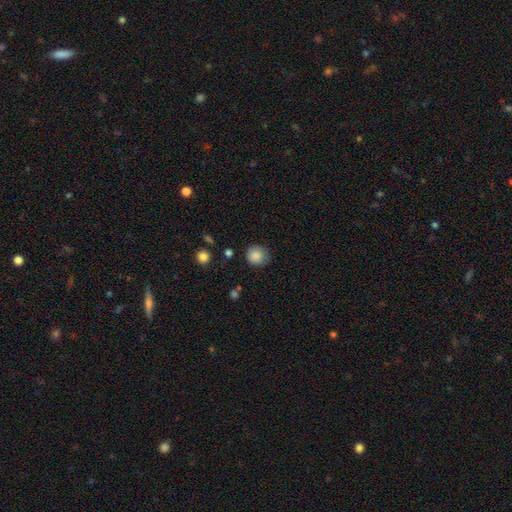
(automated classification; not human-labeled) smooth-or-featured: smooth: 87% | star or artifact: 9% | featured or disk: 4%
  how-rounded: round: 90% | in between: 10% | cigar-shaped: 1%
  merging: none: 79% | minor disturbance: 15% | major disturbance: 4% | merger: 2%